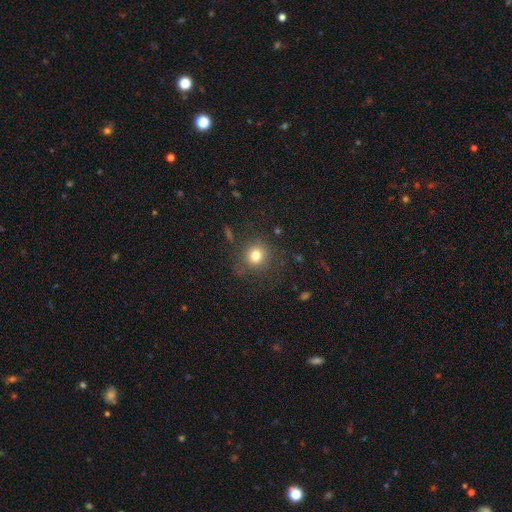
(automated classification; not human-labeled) Smooth or featured? smooth (79%)
How rounded? round (87%)
Merging? none (81%)